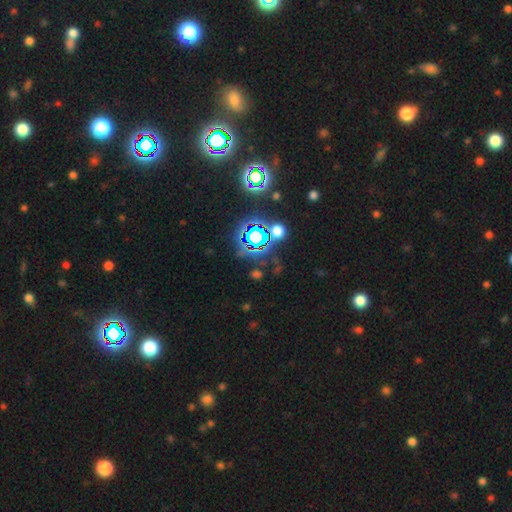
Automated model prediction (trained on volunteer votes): star or artifact 76%, smooth 16%, featured or disk 7%.